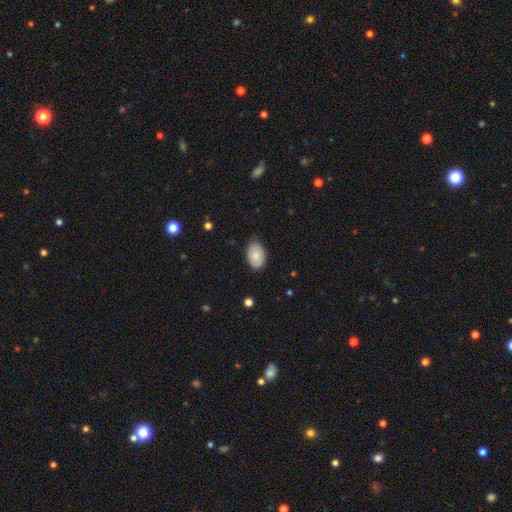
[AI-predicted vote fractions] smooth 83%, featured or disk 11%, star or artifact 7%. Down the decision tree: how rounded — in between (90%); merging — none (73%).